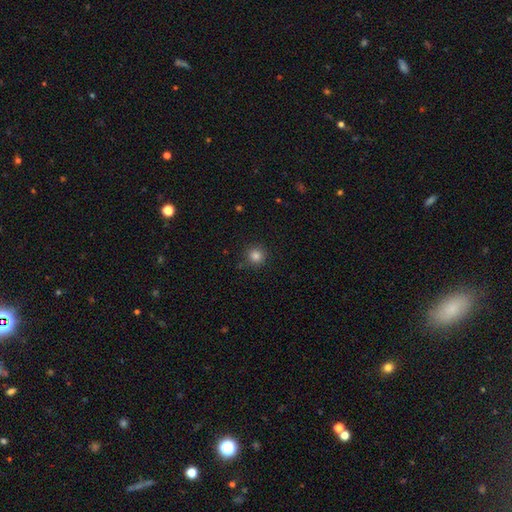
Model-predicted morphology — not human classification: Smooth or featured: smooth — 83% (star or artifact — 12%)
How rounded: round — 94% (in between — 5%)
Merging: none — 87% (minor disturbance — 8%)